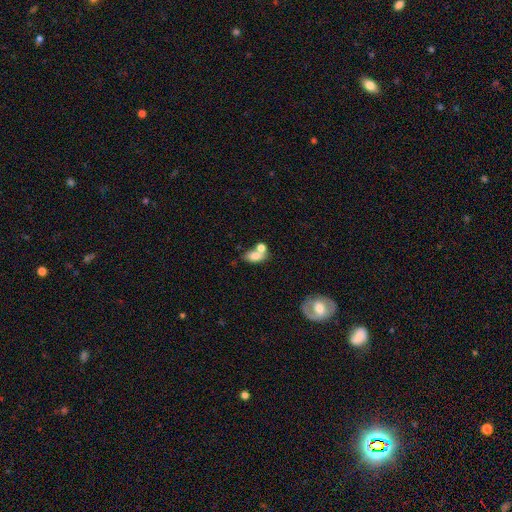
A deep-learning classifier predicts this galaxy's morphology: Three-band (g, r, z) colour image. It shows a smooth galaxy with no disk features (75%) that is in between round and cigar-shaped (83%). Merging: merger (46%).